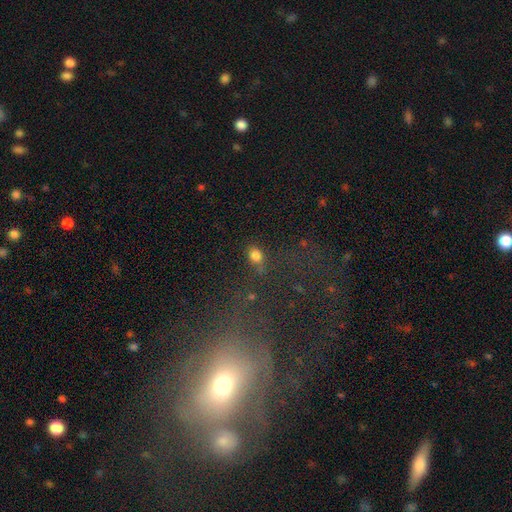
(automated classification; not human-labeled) Smooth or featured?
  - smooth: 79% *
  - star or artifact: 14%
  - featured or disk: 7%
How rounded?
  - in between: 50% *
  - round: 47%
  - cigar-shaped: 3%
Merging?
  - none: 65% *
  - minor disturbance: 18%
  - major disturbance: 9%
  - merger: 7%